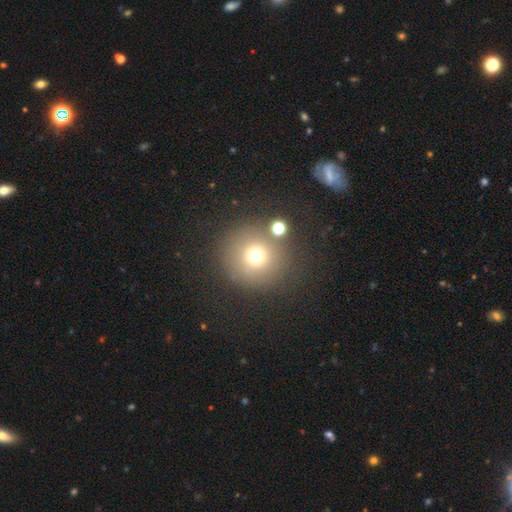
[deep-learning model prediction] This is likely a smooth galaxy (69%). How rounded: clearly round (94%). Merging: likely none (77%).